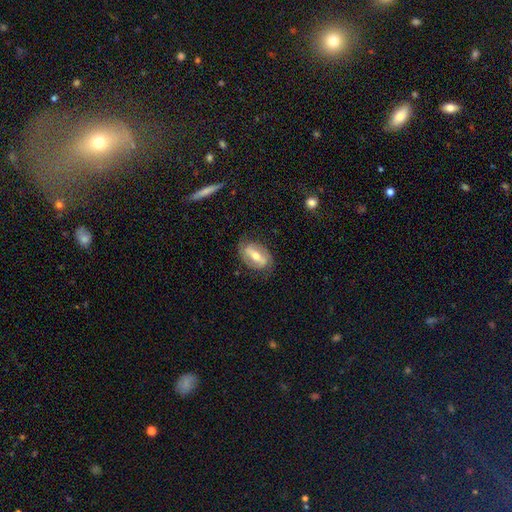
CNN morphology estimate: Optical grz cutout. It shows a featured or disk galaxy (65%) with a strong bar (55%), spiral arms (65%) and a moderate central bulge (68%). Merging: none (76%).